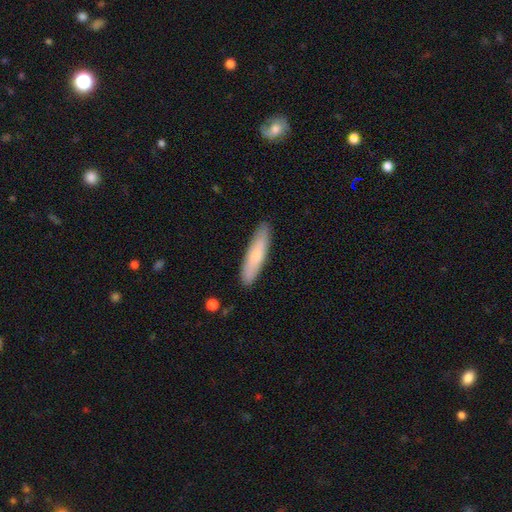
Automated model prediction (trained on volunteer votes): This appears to be a smooth galaxy with no disk features (68%) that is cigar-shaped (77%). Merging: none (88%).